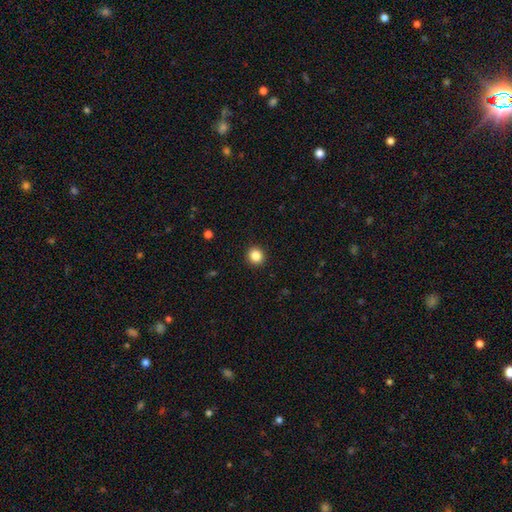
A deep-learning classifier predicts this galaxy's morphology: smooth_or_featured: smooth (p=0.85) [alt: star or artifact p=0.11]
how_rounded: round (p=0.90) [alt: in between p=0.09]
merging: none (p=0.93) [alt: minor disturbance p=0.05]